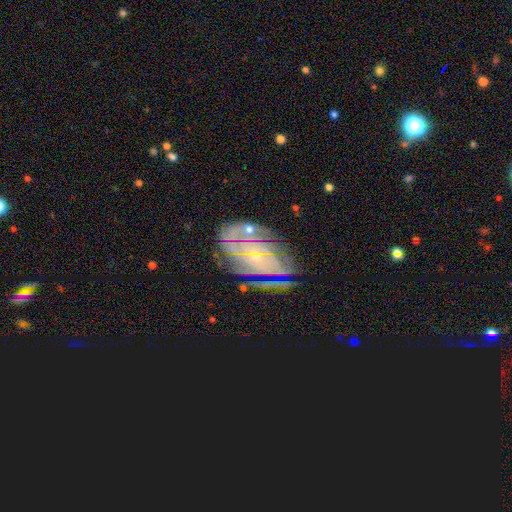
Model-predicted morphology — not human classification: Q: Smooth or featured?
A: featured or disk (79%); runner-up: star or artifact (12%)
Q: Edge-on disk?
A: no (96%); runner-up: yes (4%)
Q: Bar?
A: no (66%); runner-up: weak (24%)
Q: Spiral arms?
A: yes (94%); runner-up: no (6%)
Q: Spiral winding?
A: tight (71%); runner-up: medium (22%)
Q: Spiral arm count?
A: can't tell (32%); runner-up: 4 (17%)
Q: Bulge size?
A: small (87%); runner-up: moderate (7%)
Q: Merging?
A: none (70%); runner-up: minor disturbance (17%)